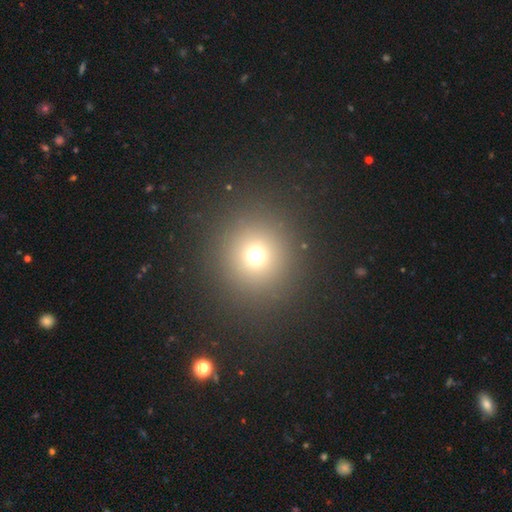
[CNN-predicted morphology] smooth-or-featured: smooth: 68% | star or artifact: 24% | featured or disk: 8%
  how-rounded: round: 93% | in between: 6% | cigar-shaped: 1%
  merging: none: 88% | minor disturbance: 6% | major disturbance: 5% | merger: 2%